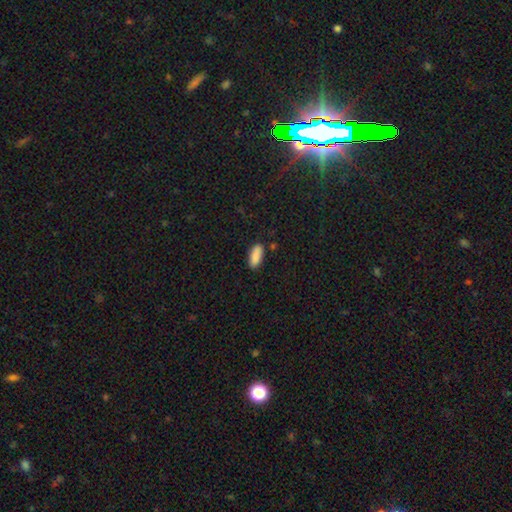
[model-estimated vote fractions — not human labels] A smooth galaxy with no disk features (89%) that is in between round and cigar-shaped (83%). Merging: none (85%).